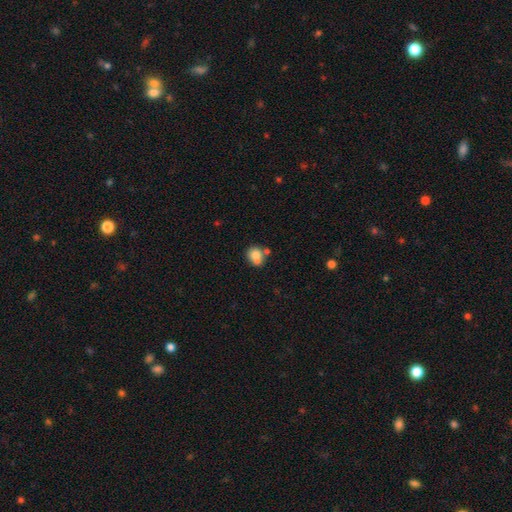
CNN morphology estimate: Smooth or featured? smooth (78%)
How rounded? round (69%)
Merging? none (46%)